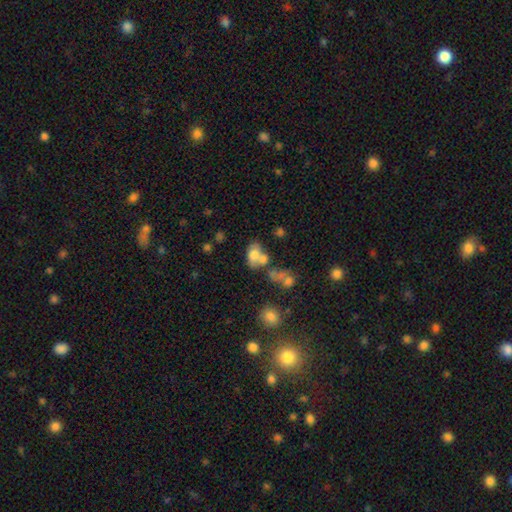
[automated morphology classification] smooth-or-featured: smooth: 68% | featured or disk: 21% | star or artifact: 11%
  how-rounded: in between: 78% | round: 21% | cigar-shaped: 2%
  merging: merger: 49% | none: 31% | minor disturbance: 13% | major disturbance: 8%